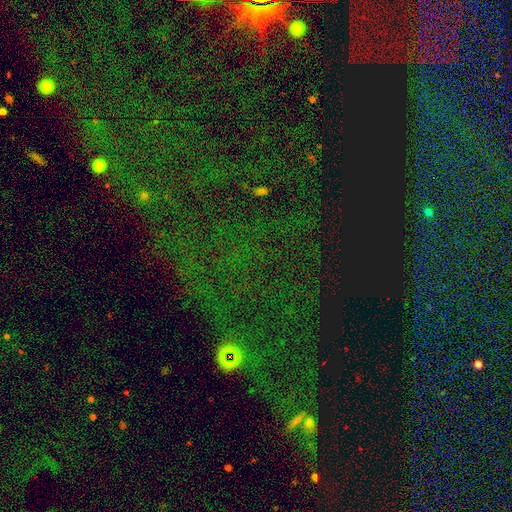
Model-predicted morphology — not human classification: Smooth or featured? Predicted: star or artifact (p=0.78).